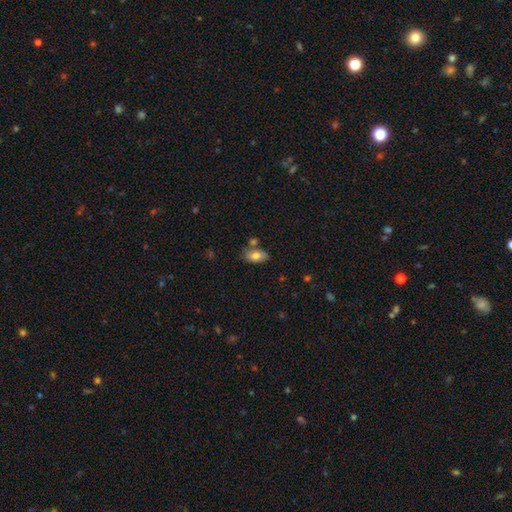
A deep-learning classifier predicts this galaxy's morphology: smooth_or_featured: smooth (p=0.79) [alt: featured or disk p=0.13]
how_rounded: in between (p=0.92) [alt: round p=0.05]
merging: none (p=0.69) [alt: minor disturbance p=0.15]